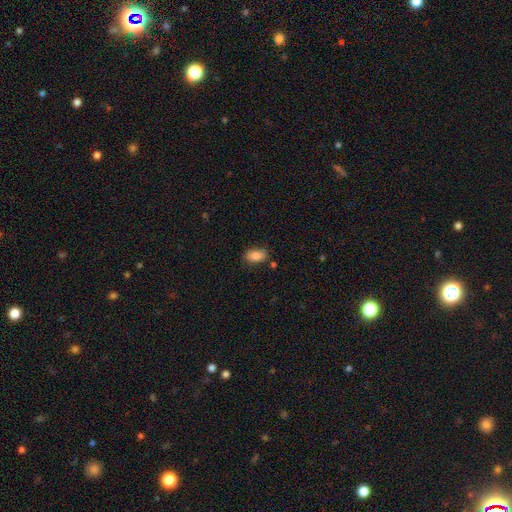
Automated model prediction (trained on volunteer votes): The model was most divided on "merging": none: 78%, minor disturbance: 15%, merger: 4%, major disturbance: 3%. More confident: how rounded — in between (91%); smooth or featured — smooth (84%).